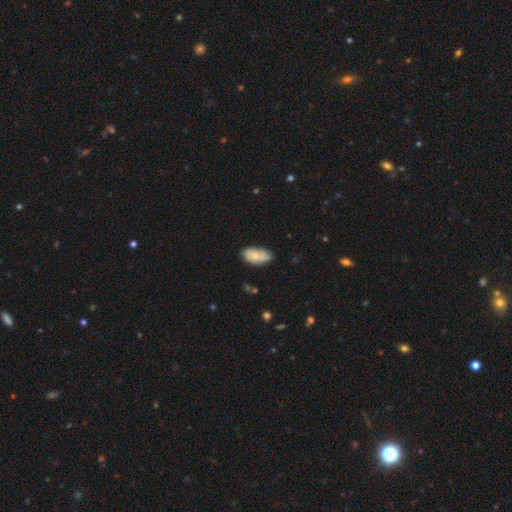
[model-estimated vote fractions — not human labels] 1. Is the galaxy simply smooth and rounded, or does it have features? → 58% smooth, 35% featured or disk, 7% star or artifact.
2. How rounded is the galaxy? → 93% in between, 4% cigar-shaped, 3% round.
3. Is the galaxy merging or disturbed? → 66% none, 26% minor disturbance, 6% major disturbance, 3% merger.